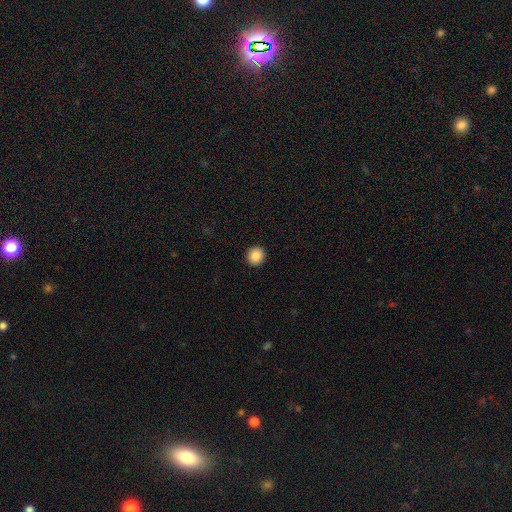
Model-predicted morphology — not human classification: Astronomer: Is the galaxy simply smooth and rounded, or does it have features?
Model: smooth — 88%.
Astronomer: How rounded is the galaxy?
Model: round — 88%.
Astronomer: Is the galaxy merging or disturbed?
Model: none — 93%.